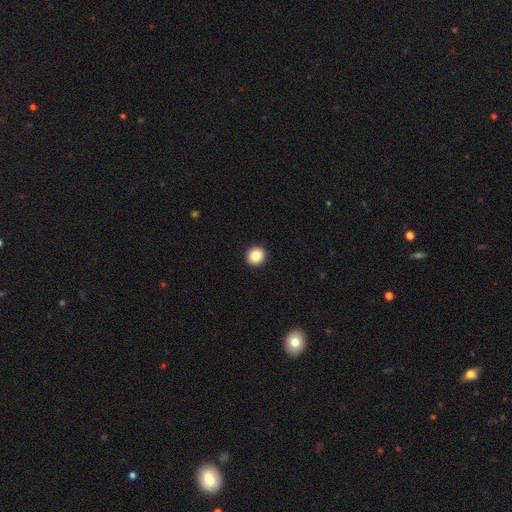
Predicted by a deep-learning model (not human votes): Q: Smooth or featured?
A: smooth (86%); runner-up: star or artifact (9%)
Q: How rounded?
A: round (92%); runner-up: in between (7%)
Q: Merging?
A: none (94%); runner-up: minor disturbance (4%)